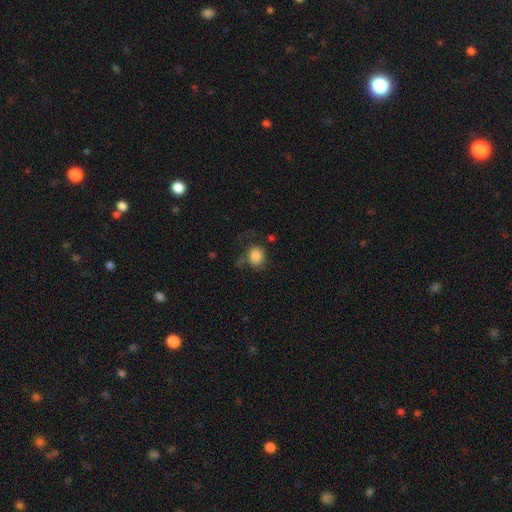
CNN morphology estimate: A smooth galaxy with no disk features (84%) that is round (78%). Merging: none (57%).